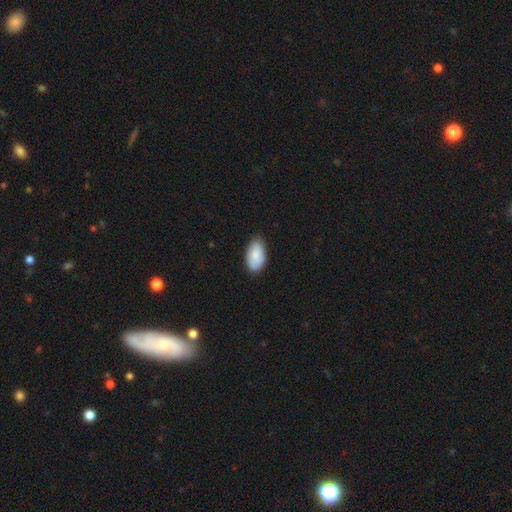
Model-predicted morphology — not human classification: A smooth galaxy with no disk features (86%) that is in between round and cigar-shaped (95%). Merging: none (82%).